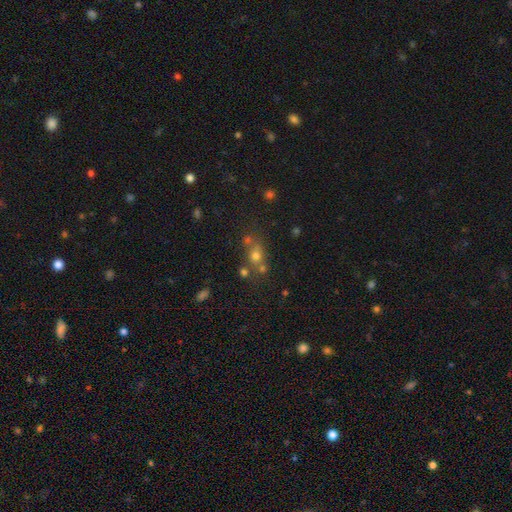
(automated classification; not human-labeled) Smooth or featured? smooth (60%)
How rounded? round (71%)
Merging? none (53%)